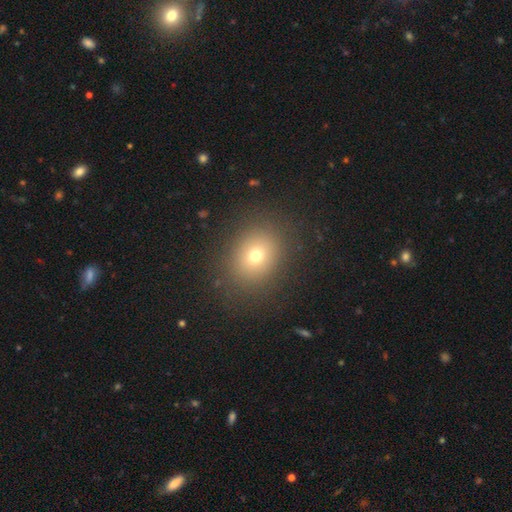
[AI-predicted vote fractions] smooth_or_featured: smooth (p=0.71) [alt: star or artifact p=0.17]
how_rounded: round (p=0.58) [alt: in between p=0.41]
merging: none (p=0.86) [alt: minor disturbance p=0.08]